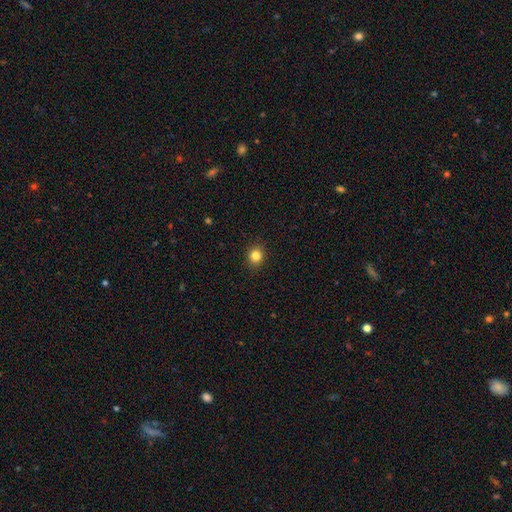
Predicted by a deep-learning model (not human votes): The model was most divided on "how rounded": round: 76%, in between: 23%, cigar-shaped: 1%. More confident: merging — none (91%); smooth or featured — smooth (84%).